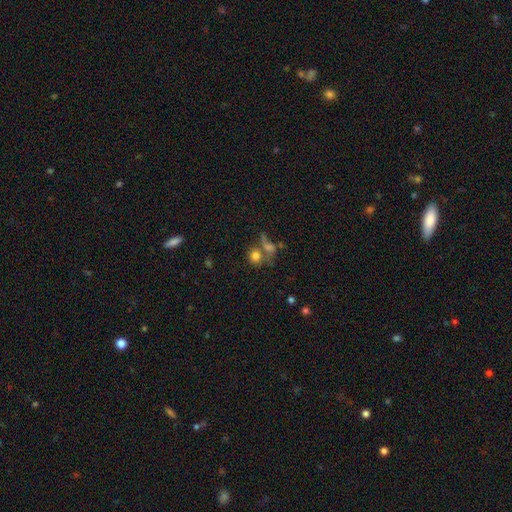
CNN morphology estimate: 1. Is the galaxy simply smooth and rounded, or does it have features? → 75% smooth, 13% star or artifact, 11% featured or disk.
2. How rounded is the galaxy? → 81% round, 17% in between, 2% cigar-shaped.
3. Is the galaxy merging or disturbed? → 47% none, 33% merger, 11% minor disturbance, 9% major disturbance.